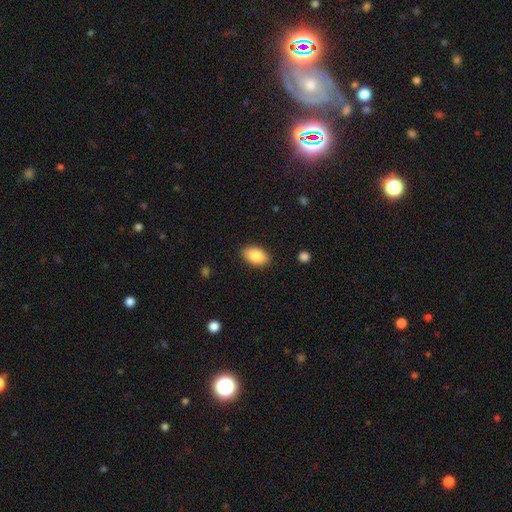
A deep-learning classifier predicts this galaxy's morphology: Smooth or featured? Predicted: smooth (p=0.86). How rounded? Predicted: in between (p=0.92). Merging? Predicted: none (p=0.87).